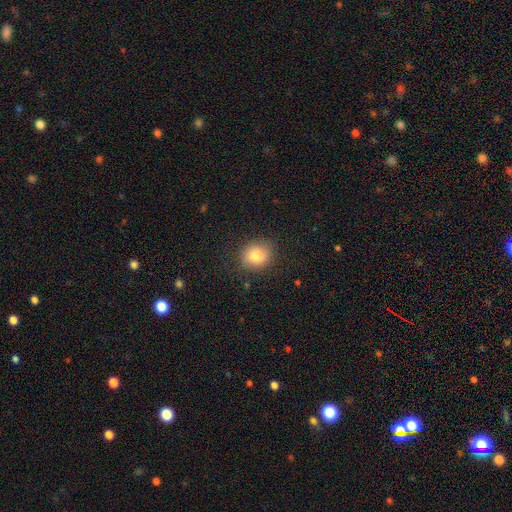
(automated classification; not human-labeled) This is clearly a smooth galaxy (83%). How rounded: likely round (70%). Merging: clearly none (84%).